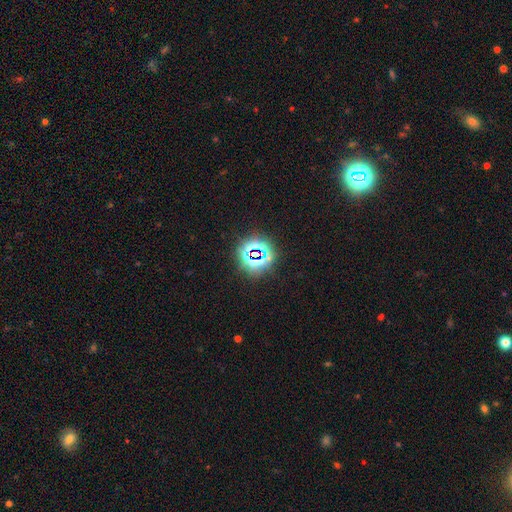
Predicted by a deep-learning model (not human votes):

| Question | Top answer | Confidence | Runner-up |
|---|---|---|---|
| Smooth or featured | star or artifact | 72% | smooth (18%) |